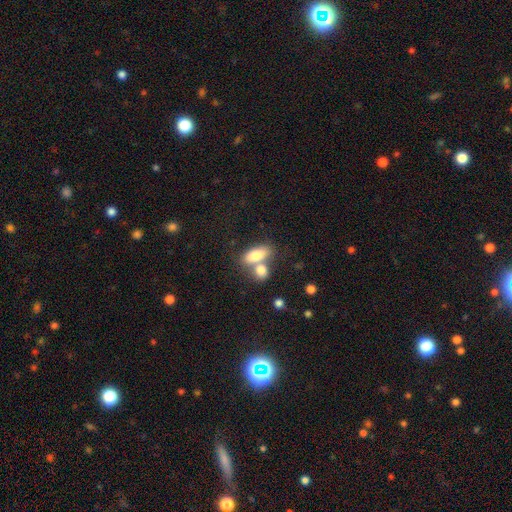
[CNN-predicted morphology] Q: Smooth or featured?
A: smooth (76%); runner-up: featured or disk (16%)
Q: How rounded?
A: in between (81%); runner-up: cigar-shaped (11%)
Q: Merging?
A: merger (51%); runner-up: none (37%)